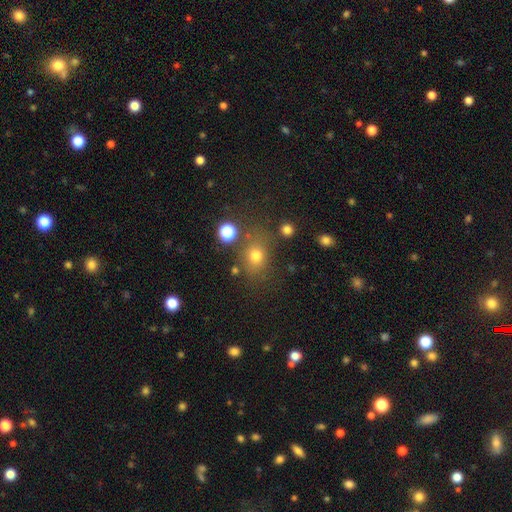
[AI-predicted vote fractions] Smooth or featured? smooth (71%)
How rounded? round (59%)
Merging? none (73%)